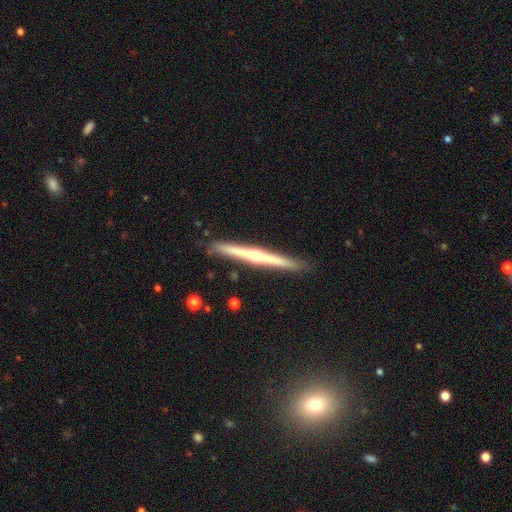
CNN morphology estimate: Q: Smooth or featured?
A: featured or disk (76%); runner-up: smooth (18%)
Q: Edge-on disk?
A: yes (98%); runner-up: no (2%)
Q: Edge-on bulge?
A: rounded (80%); runner-up: none (16%)
Q: Merging?
A: none (90%); runner-up: minor disturbance (7%)